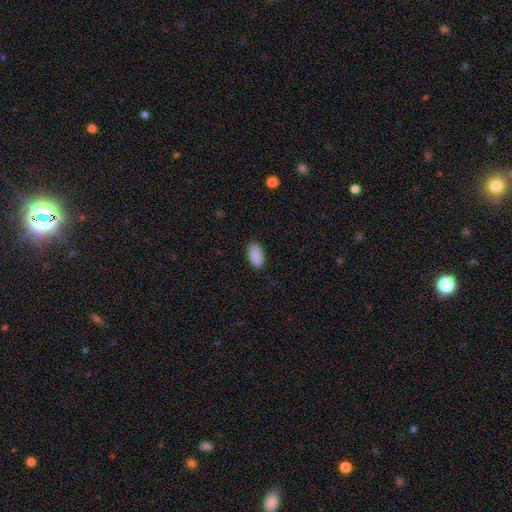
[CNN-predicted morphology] Overall: smooth (90%). How rounded: in between (94%). Merging: none (86%).